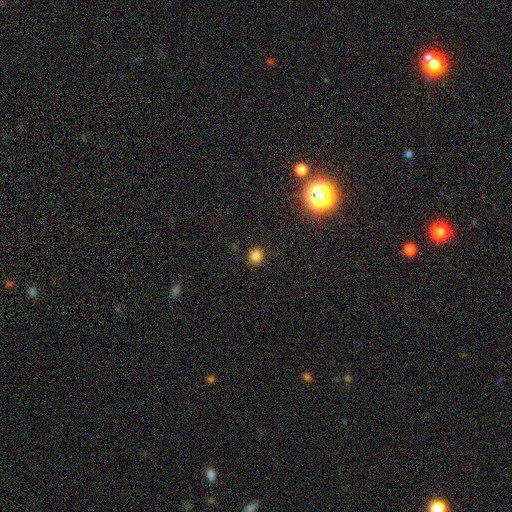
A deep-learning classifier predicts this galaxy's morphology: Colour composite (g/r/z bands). It shows a smooth galaxy with no disk features (82%) that is round (73%). Merging: none (88%).